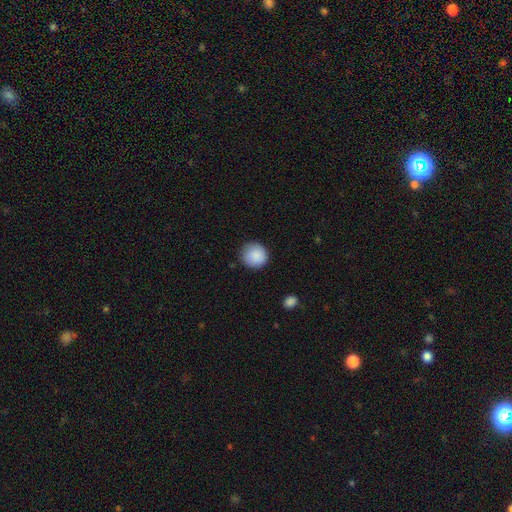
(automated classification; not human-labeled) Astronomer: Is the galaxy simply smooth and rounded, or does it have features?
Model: smooth — 88%.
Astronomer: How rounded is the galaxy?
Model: round — 93%.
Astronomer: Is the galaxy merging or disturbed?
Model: none — 85%.